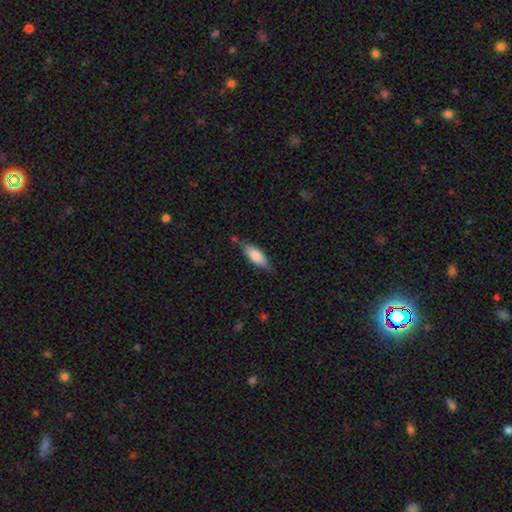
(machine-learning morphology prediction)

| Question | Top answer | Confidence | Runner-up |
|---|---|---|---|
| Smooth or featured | smooth | 81% | featured or disk (13%) |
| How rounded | in between | 68% | cigar-shaped (31%) |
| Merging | none | 72% | minor disturbance (21%) |